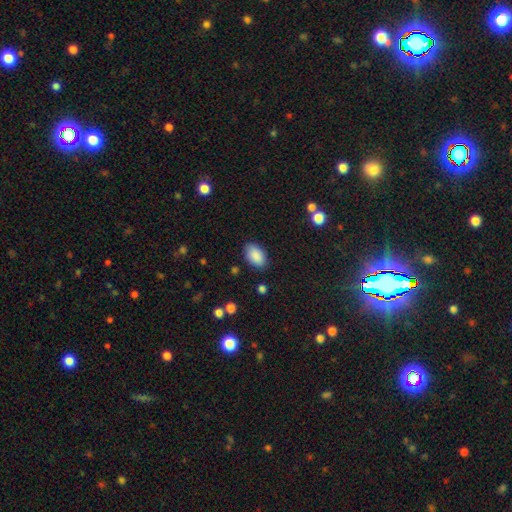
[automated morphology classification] Smooth or featured? smooth (89%)
How rounded? in between (92%)
Merging? none (85%)